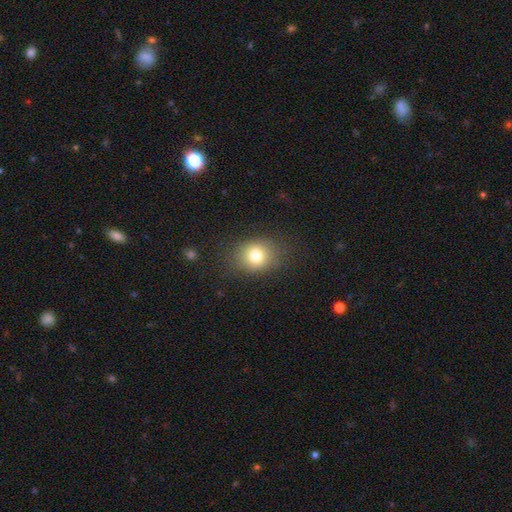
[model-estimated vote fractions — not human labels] The model was most divided on "how rounded": round: 59%, in between: 40%, cigar-shaped: 1%. More confident: merging — none (82%); smooth or featured — smooth (79%).